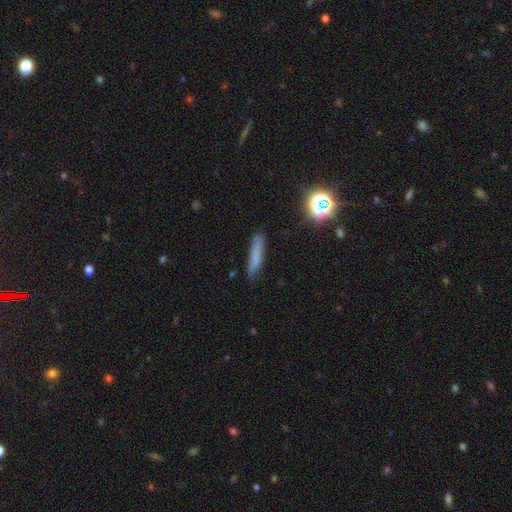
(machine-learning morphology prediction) A smooth galaxy with no disk features (72%) that is cigar-shaped (86%). Merging: none (80%).